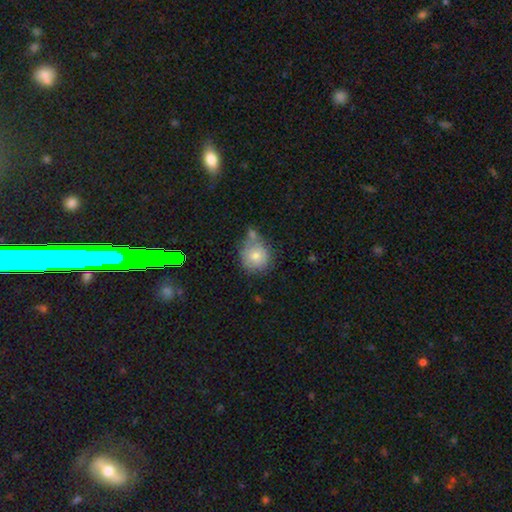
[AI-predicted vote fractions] Smooth or featured? Predicted: smooth (p=0.75). How rounded? Predicted: round (p=0.89). Merging? Predicted: none (p=0.53).